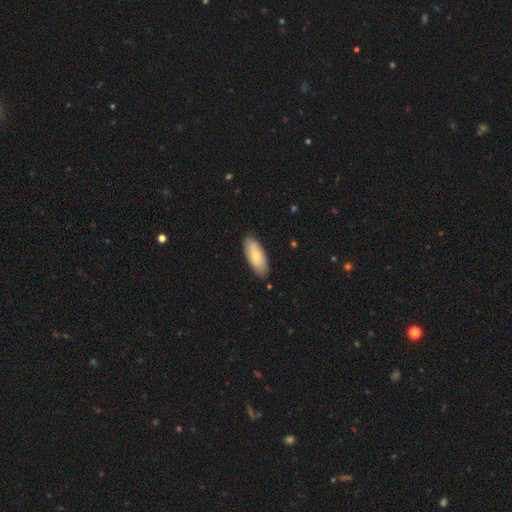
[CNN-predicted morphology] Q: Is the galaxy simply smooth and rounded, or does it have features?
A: smooth — 69%.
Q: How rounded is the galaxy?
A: in between — 84%.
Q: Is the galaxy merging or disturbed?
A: none — 84%.